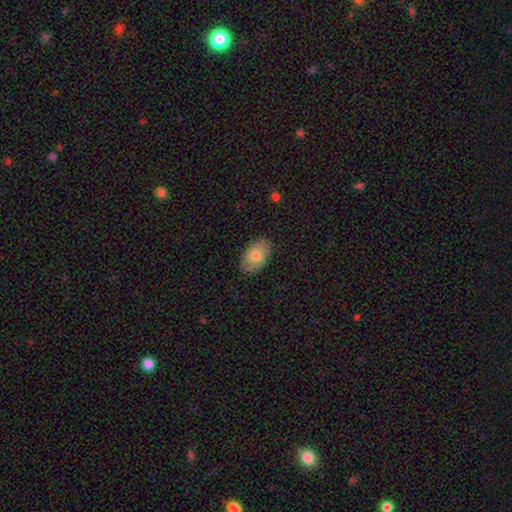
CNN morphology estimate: A smooth galaxy with no disk features (75%) that is in between round and cigar-shaped (92%). Merging: none (86%).